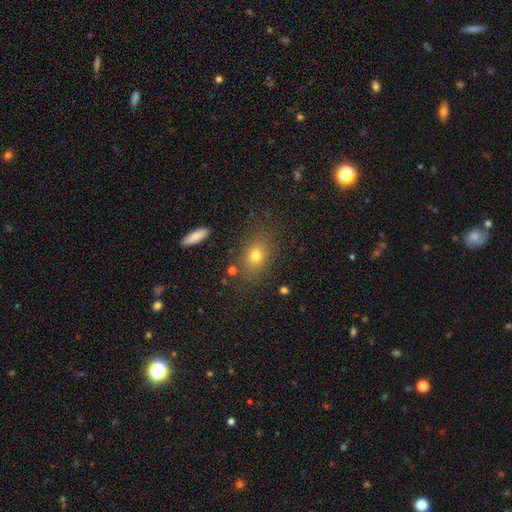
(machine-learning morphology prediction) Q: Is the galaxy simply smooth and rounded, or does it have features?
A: smooth — 75%.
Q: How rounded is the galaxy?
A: in between — 68%.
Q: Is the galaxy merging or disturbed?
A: none — 80%.